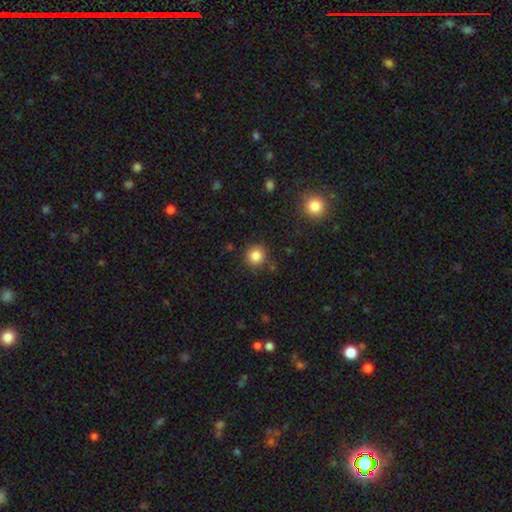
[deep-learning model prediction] A smooth galaxy with no disk features (84%) that is round (91%).

Vote fractions:
- Smooth or featured? smooth: 84% / star or artifact: 11% / featured or disk: 5%
- How rounded? round: 91% / in between: 8% / cigar-shaped: 1%
- Merging? none: 86% / minor disturbance: 9% / major disturbance: 3% / merger: 3%